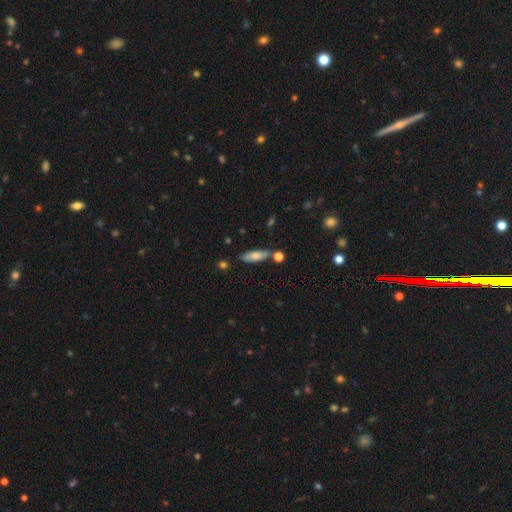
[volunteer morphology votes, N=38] Overall: smooth (74%). How rounded: in between (64%; cigar-shaped 29%). Merging: none (64%; minor disturbance 28%).